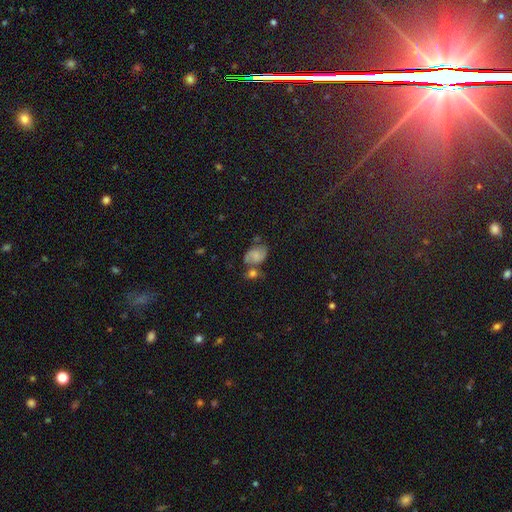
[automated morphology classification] type=smooth (45%); merging=none (45%).